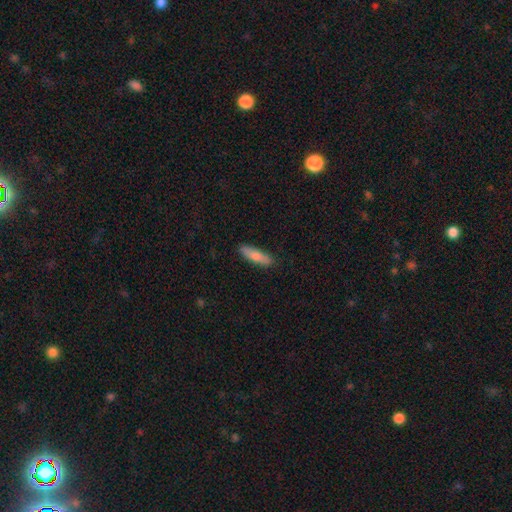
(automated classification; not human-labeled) smooth_or_featured: smooth (p=0.81) [alt: featured or disk p=0.13]
how_rounded: cigar-shaped (p=0.70) [alt: in between p=0.29]
merging: none (p=0.87) [alt: minor disturbance p=0.10]